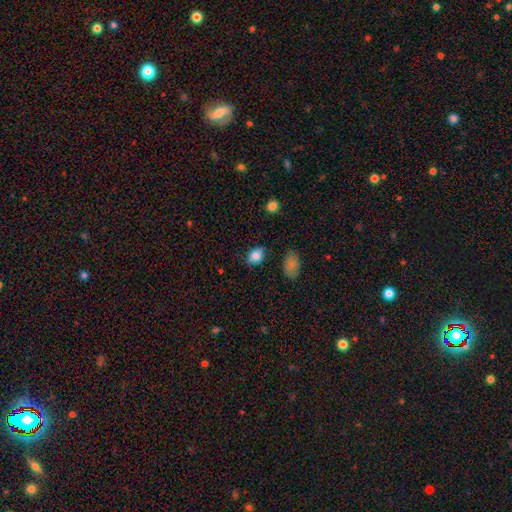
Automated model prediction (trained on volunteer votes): This appears to be a smooth galaxy with no disk features (85%) that is in between round and cigar-shaped (70%). Merging: none (77%).